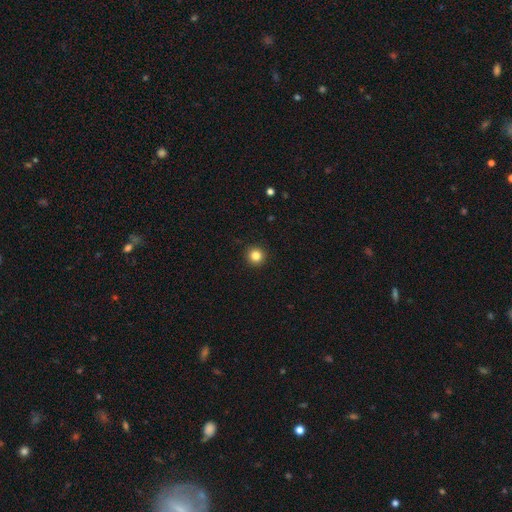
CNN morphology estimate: type=smooth (84%); roundness=round (96%); merging=none (93%).